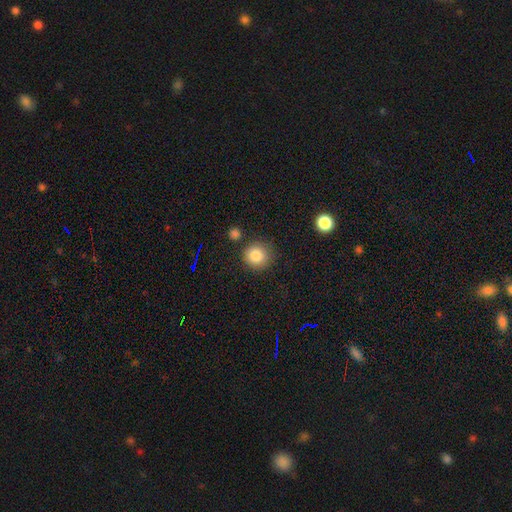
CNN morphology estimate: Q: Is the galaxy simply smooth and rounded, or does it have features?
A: smooth — 85%.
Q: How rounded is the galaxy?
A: round — 90%.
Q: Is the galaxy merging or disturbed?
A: none — 81%.